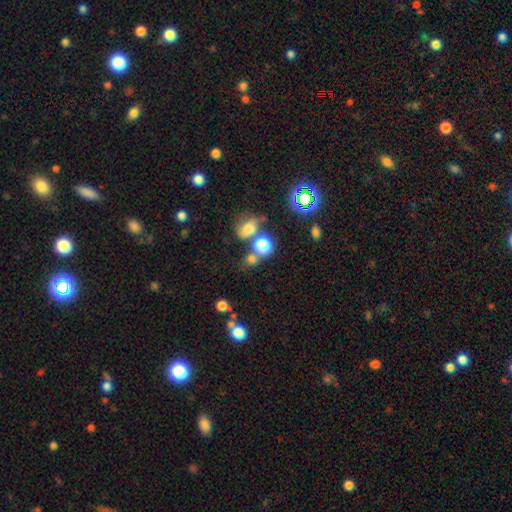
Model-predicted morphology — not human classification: Smooth or featured? Predicted: smooth (p=0.64). How rounded? Predicted: round (p=0.74). Merging? Predicted: none (p=0.54).